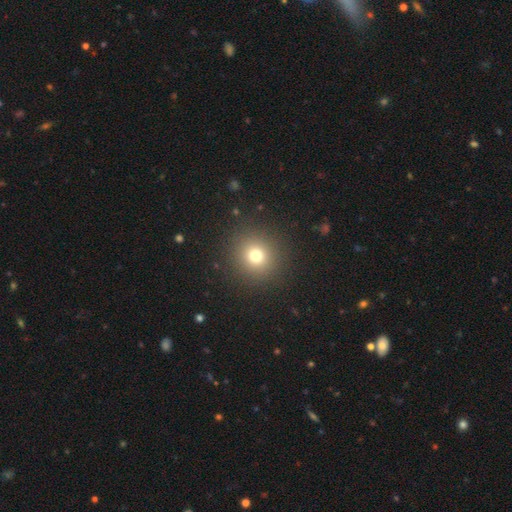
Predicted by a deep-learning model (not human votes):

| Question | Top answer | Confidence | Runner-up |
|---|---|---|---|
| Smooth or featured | smooth | 74% | star or artifact (17%) |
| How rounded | round | 92% | in between (7%) |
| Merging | none | 90% | minor disturbance (6%) |